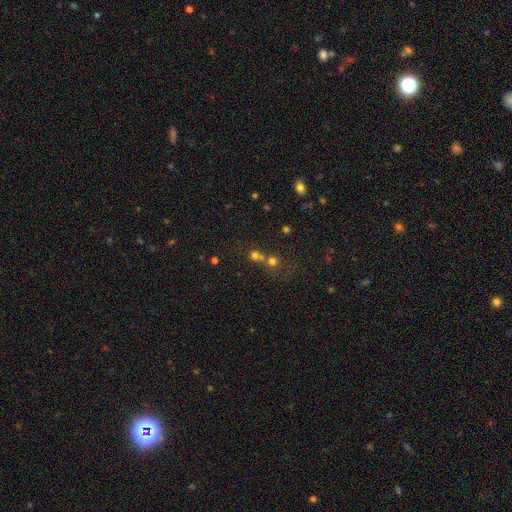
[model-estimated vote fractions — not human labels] smooth-or-featured: smooth: 64% | star or artifact: 25% | featured or disk: 11%
  how-rounded: round: 86% | in between: 13% | cigar-shaped: 1%
  merging: merger: 49% | none: 43% | minor disturbance: 5% | major disturbance: 4%